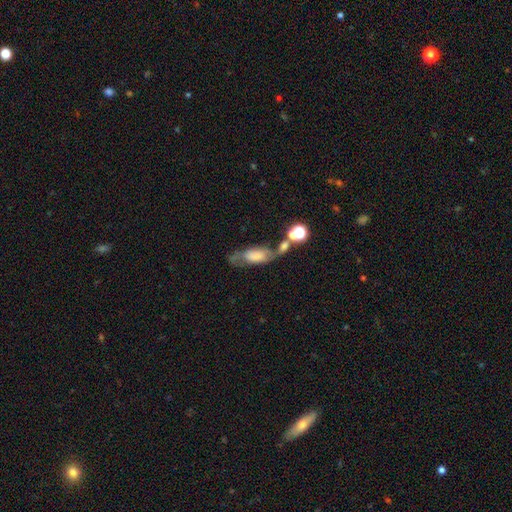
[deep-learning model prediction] Smooth or featured? Predicted: smooth (p=0.49). Merging? Predicted: none (p=0.31).